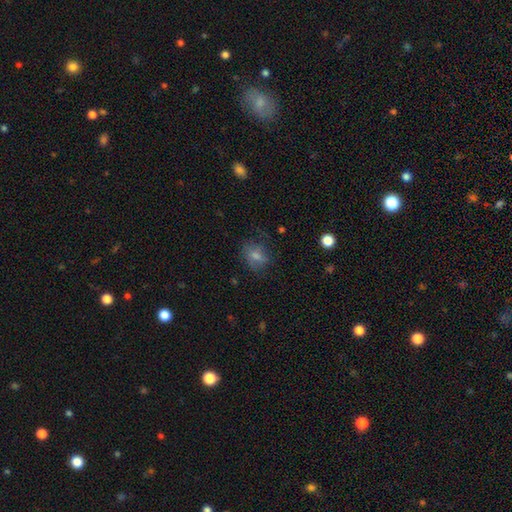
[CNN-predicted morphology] smooth-or-featured: smooth: 51% | featured or disk: 29% | star or artifact: 20%
  how-rounded: in between: 50% | round: 47% | cigar-shaped: 2%
  merging: none: 65% | minor disturbance: 21% | major disturbance: 13% | merger: 2%